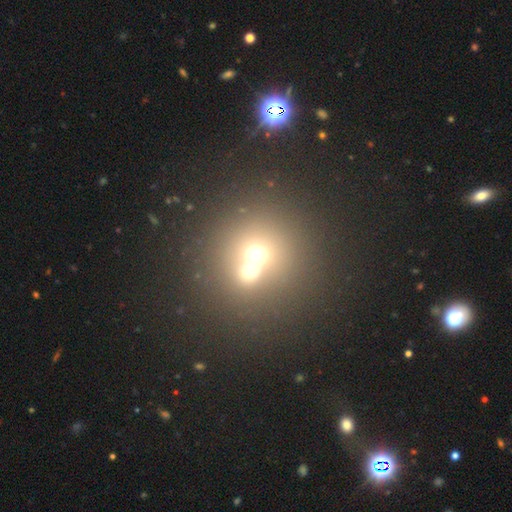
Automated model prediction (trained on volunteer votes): The model was most divided on "merging": merger: 56%, none: 36%, minor disturbance: 5%, major disturbance: 3%. More confident: how rounded — round (87%); smooth or featured — smooth (60%).